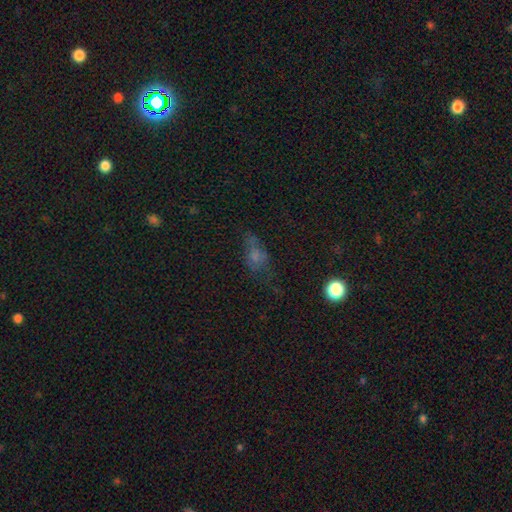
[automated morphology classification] Smooth or featured? Predicted: smooth (p=0.56). How rounded? Predicted: in between (p=0.72). Merging? Predicted: none (p=0.48).